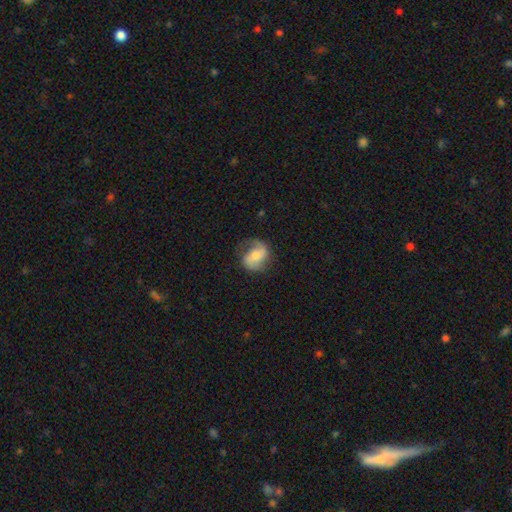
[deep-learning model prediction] A featured or disk galaxy (66%) with no bar (43%), 2 (78%) medium (43%) spiral arms (91%) and a moderate central bulge (49%). Merging: none (65%).